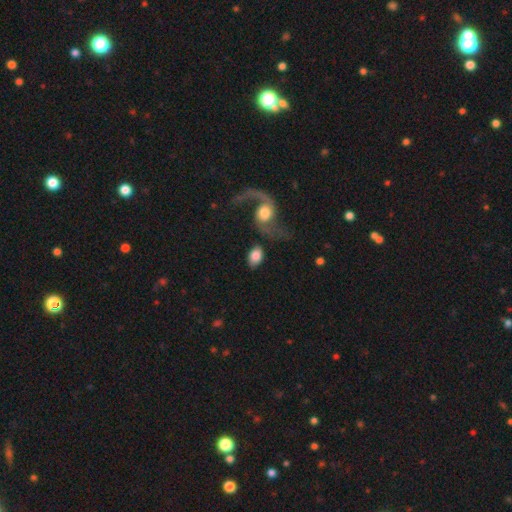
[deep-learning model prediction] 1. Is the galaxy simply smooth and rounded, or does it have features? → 74% smooth, 20% featured or disk, 6% star or artifact.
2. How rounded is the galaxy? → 85% in between, 13% round, 2% cigar-shaped.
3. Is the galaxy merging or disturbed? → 59% none, 16% merger, 14% minor disturbance, 11% major disturbance.